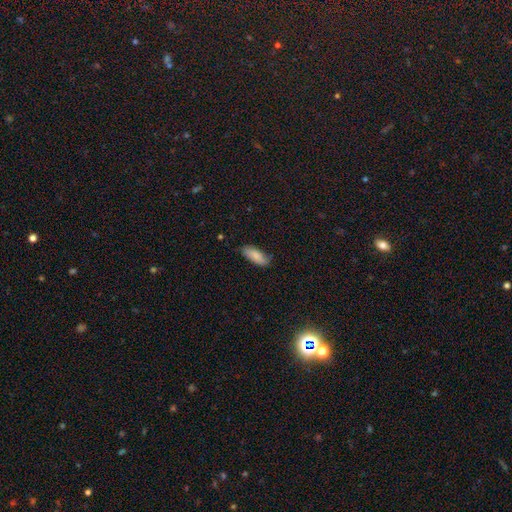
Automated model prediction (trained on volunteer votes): smooth 83%, featured or disk 11%, star or artifact 6%. Down the decision tree: how rounded — in between (76%); merging — none (74%).